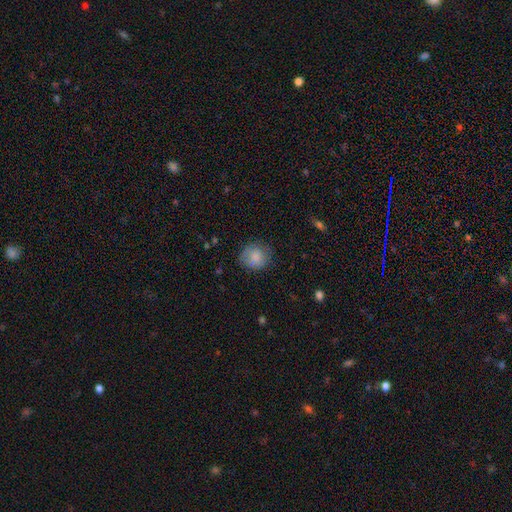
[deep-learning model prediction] Q: Smooth or featured?
A: smooth (82%); runner-up: featured or disk (10%)
Q: How rounded?
A: round (82%); runner-up: in between (17%)
Q: Merging?
A: none (75%); runner-up: minor disturbance (18%)